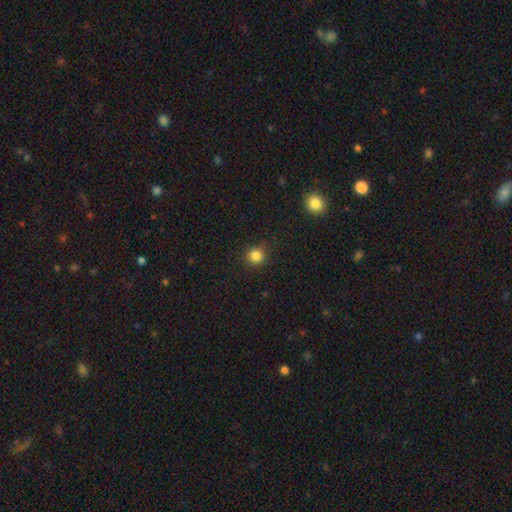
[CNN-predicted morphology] smooth-or-featured: smooth: 84% | star or artifact: 12% | featured or disk: 4%
  how-rounded: round: 93% | in between: 6% | cigar-shaped: 1%
  merging: none: 90% | minor disturbance: 7% | major disturbance: 2% | merger: 1%